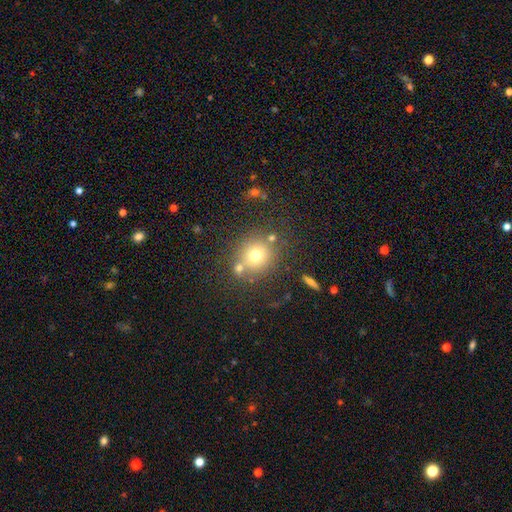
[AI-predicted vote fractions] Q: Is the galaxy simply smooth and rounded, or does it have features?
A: smooth — 70%.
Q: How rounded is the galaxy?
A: round — 84%.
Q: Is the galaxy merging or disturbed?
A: none — 69%.